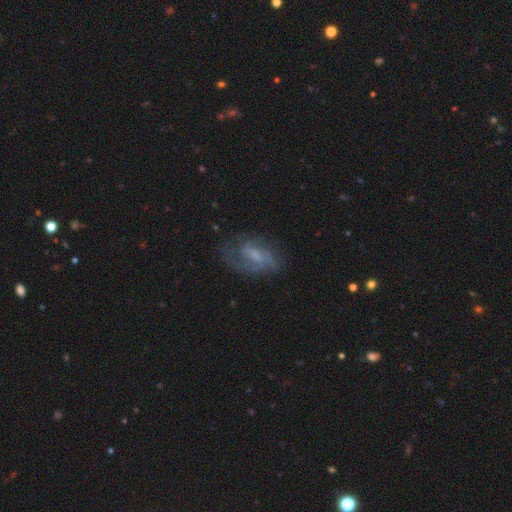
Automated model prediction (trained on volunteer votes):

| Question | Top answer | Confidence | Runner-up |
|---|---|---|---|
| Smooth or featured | featured or disk | 71% | smooth (21%) |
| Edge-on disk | no | 95% | yes (5%) |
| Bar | weak | 53% | no (31%) |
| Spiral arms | yes | 86% | no (14%) |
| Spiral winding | medium | 46% | tight (30%) |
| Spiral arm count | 2 | 47% | can't tell (25%) |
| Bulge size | small | 43% | moderate (30%) |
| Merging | none | 59% | minor disturbance (22%) |